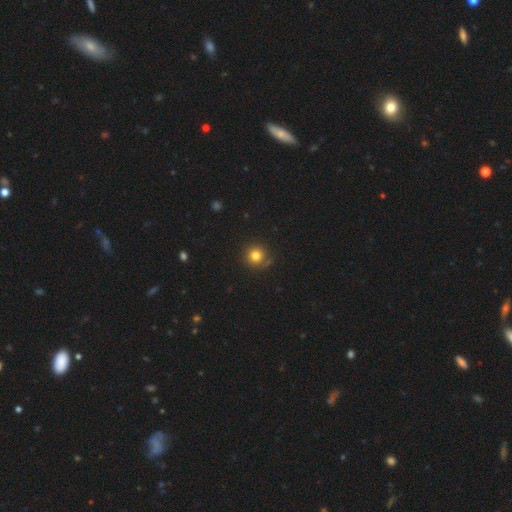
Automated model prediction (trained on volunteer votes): Smooth or featured?
  - smooth: 80% *
  - star or artifact: 13%
  - featured or disk: 7%
How rounded?
  - round: 94% *
  - in between: 5%
  - cigar-shaped: 1%
Merging?
  - none: 83% *
  - minor disturbance: 11%
  - major disturbance: 3%
  - merger: 3%